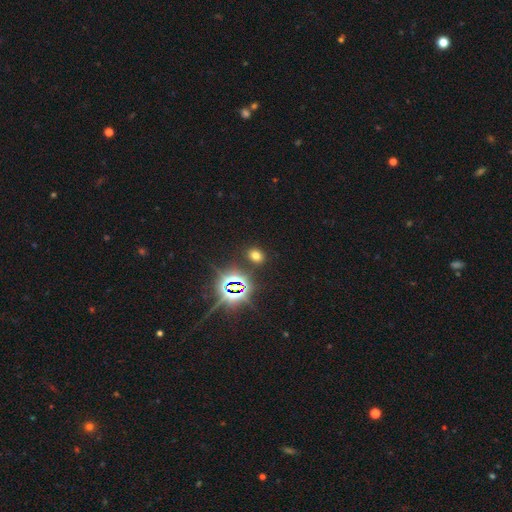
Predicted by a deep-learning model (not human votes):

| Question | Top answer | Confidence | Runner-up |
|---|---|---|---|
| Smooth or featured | smooth | 59% | star or artifact (34%) |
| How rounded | in between | 63% | round (36%) |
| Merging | none | 86% | minor disturbance (8%) |